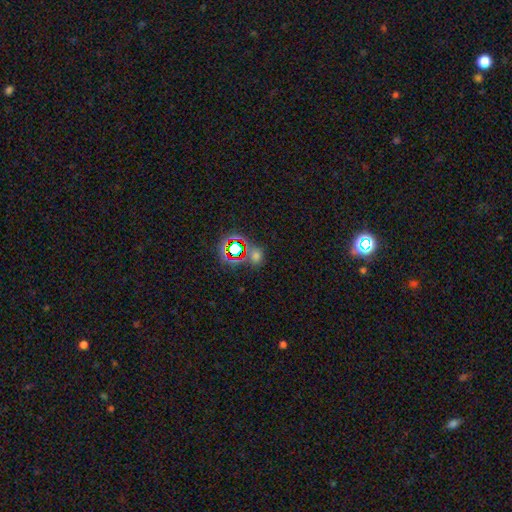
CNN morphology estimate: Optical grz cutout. It shows a smooth galaxy with no disk features (54%) that is round (67%). Merging: none (64%).